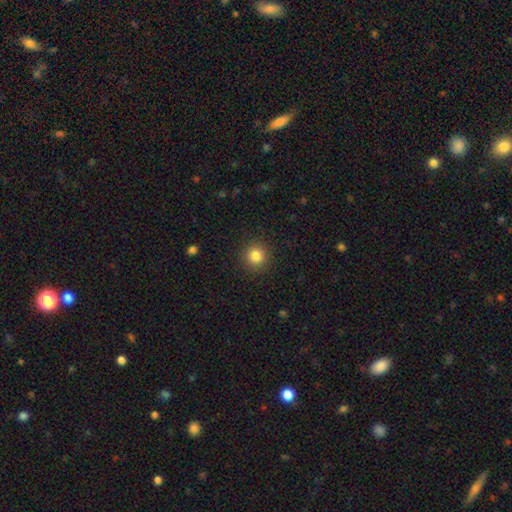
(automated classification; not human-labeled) Morphology: type=smooth (83%); roundness=round (93%); merging=none (91%).